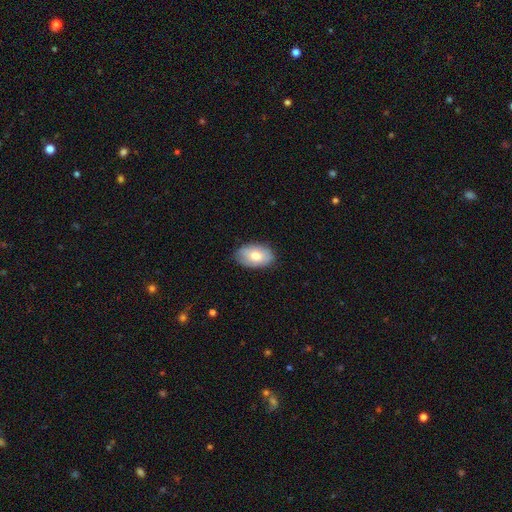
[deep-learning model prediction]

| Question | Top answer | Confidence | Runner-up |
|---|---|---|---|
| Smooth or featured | smooth | 71% | featured or disk (23%) |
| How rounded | in between | 91% | round (7%) |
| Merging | none | 79% | minor disturbance (17%) |